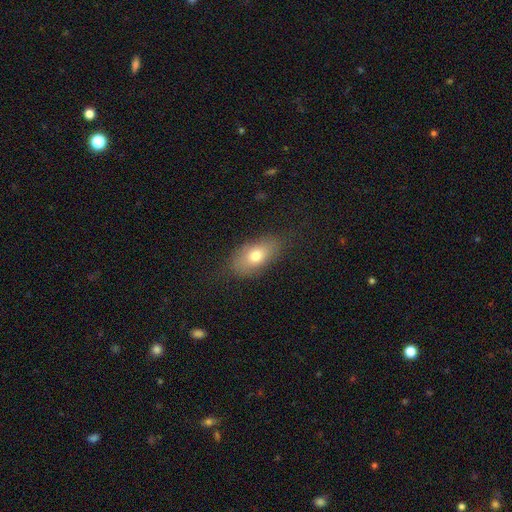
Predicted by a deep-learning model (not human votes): A smooth galaxy with no disk features (73%) that is in between round and cigar-shaped (88%).

Vote fractions:
- Smooth or featured? smooth: 73% / featured or disk: 18% / star or artifact: 9%
- How rounded? in between: 88% / round: 7% / cigar-shaped: 5%
- Merging? none: 75% / minor disturbance: 17% / major disturbance: 6% / merger: 1%